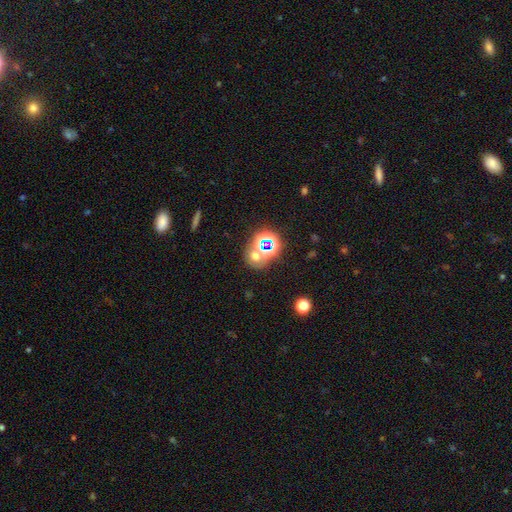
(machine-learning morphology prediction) This is marginally a star or artifact rather than a galaxy (44%).